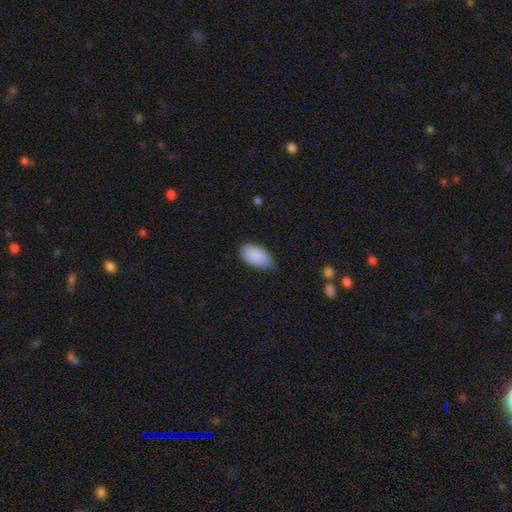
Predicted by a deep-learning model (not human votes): The model was most divided on "merging": none: 71%, minor disturbance: 25%, major disturbance: 3%, merger: 1%. More confident: how rounded — in between (95%); smooth or featured — smooth (90%).